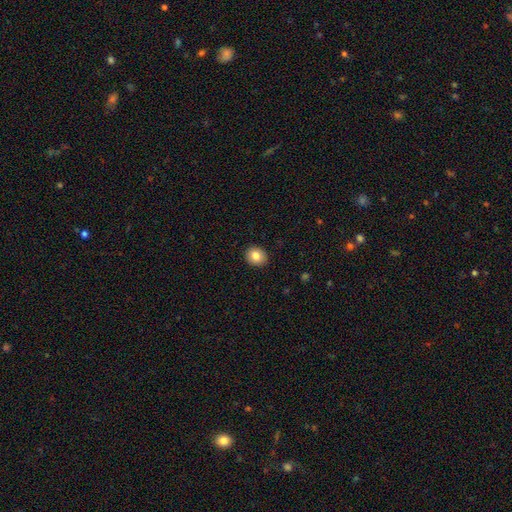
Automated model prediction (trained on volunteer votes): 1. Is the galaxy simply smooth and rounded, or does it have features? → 83% smooth, 9% star or artifact, 8% featured or disk.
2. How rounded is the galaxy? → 76% round, 23% in between, 1% cigar-shaped.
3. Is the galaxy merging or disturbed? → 91% none, 6% minor disturbance, 2% major disturbance, 1% merger.